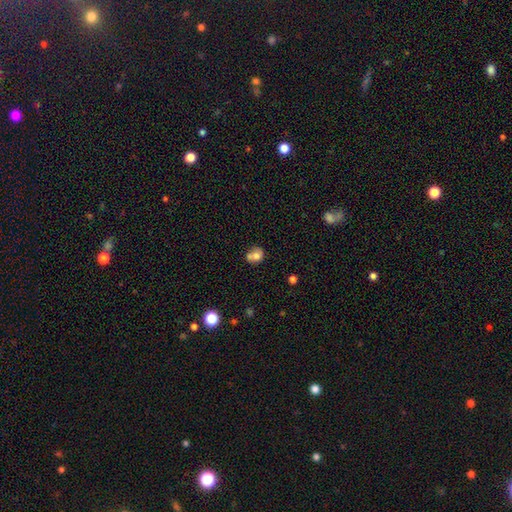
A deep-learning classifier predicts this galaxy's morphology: type=smooth (72%); roundness=round (66%); merging=none (41%).